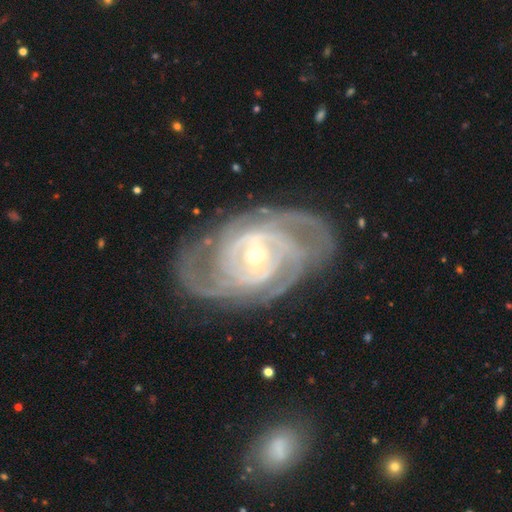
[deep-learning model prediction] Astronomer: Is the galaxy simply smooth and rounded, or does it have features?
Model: featured or disk — 91%.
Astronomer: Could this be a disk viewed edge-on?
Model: no — 96%.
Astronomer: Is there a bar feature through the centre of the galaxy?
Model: no — 55% (runner-up: weak, 31%).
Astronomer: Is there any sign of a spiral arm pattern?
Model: yes — 97%.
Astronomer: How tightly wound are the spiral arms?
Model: tight — 68%.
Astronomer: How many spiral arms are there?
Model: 2 — 25% (runner-up: 3, 23%).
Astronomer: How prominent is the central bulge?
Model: small — 64%.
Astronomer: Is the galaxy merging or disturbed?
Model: none — 74%.